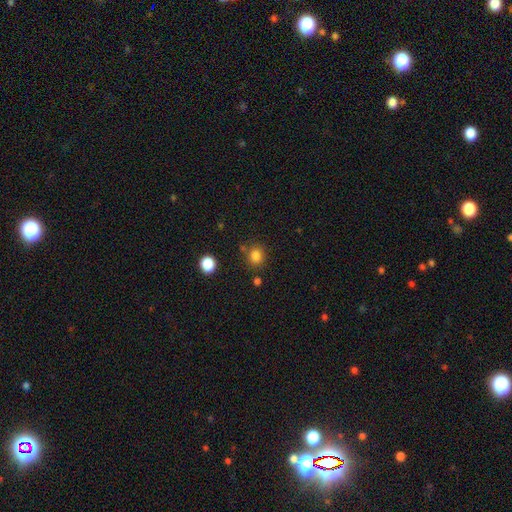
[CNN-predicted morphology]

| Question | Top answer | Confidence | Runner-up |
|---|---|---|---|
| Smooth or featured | smooth | 82% | star or artifact (13%) |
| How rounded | round | 79% | in between (20%) |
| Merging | none | 79% | minor disturbance (10%) |